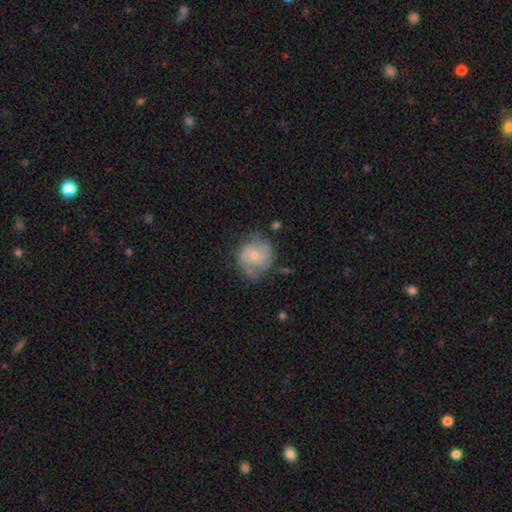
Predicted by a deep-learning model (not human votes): A featured or disk galaxy (52%) with no bar (70%), spiral arms (77%) and a small central bulge (61%).

Vote fractions:
- Smooth or featured? featured or disk: 52% / smooth: 41% / star or artifact: 7%
- Edge-on disk? no: 98% / yes: 2%
- Bar? no: 70% / weak: 26% / strong: 4%
- Spiral arms? yes: 77% / no: 23%
- Bulge size? small: 61% / moderate: 30% / none: 6% / large: 2% / dominant: 1%
- Merging? none: 56% / minor disturbance: 27% / major disturbance: 12% / merger: 4%